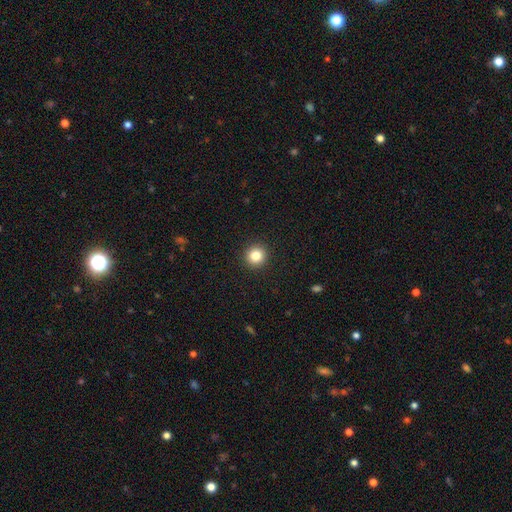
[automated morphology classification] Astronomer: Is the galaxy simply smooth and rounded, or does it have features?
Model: smooth — 83%.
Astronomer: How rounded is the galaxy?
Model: round — 94%.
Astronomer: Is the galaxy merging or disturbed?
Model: none — 93%.